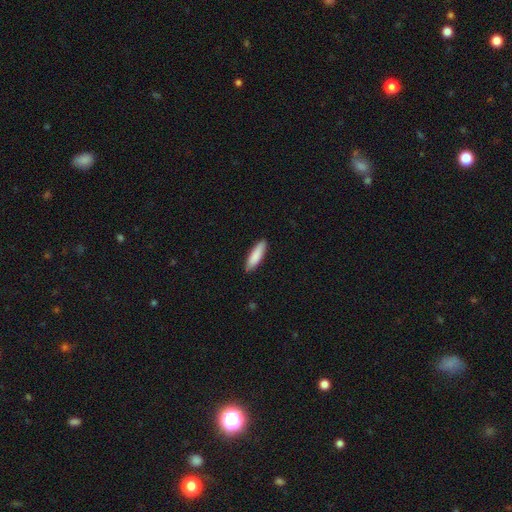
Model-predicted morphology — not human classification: smooth 88%, featured or disk 7%, star or artifact 5%. Down the decision tree: how rounded — cigar-shaped (63%); merging — none (88%).